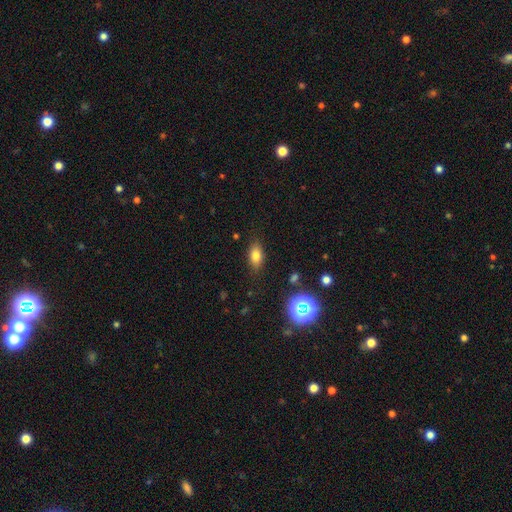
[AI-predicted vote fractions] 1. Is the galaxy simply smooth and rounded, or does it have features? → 76% smooth, 13% star or artifact, 10% featured or disk.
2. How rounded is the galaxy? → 84% in between, 11% round, 5% cigar-shaped.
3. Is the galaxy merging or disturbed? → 84% none, 11% minor disturbance, 3% major disturbance, 2% merger.